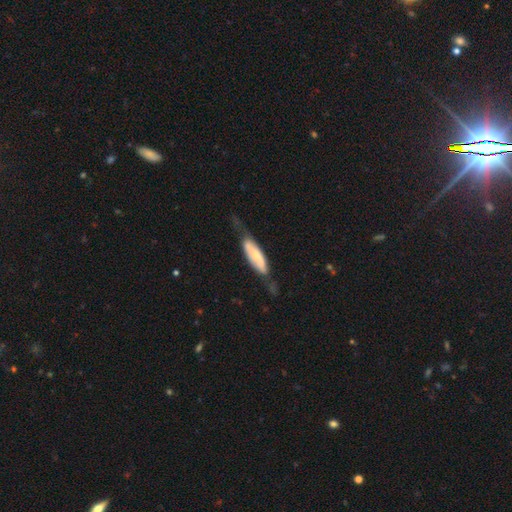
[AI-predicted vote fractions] This is possibly a smooth galaxy (50%). Merging: marginally none (42%).